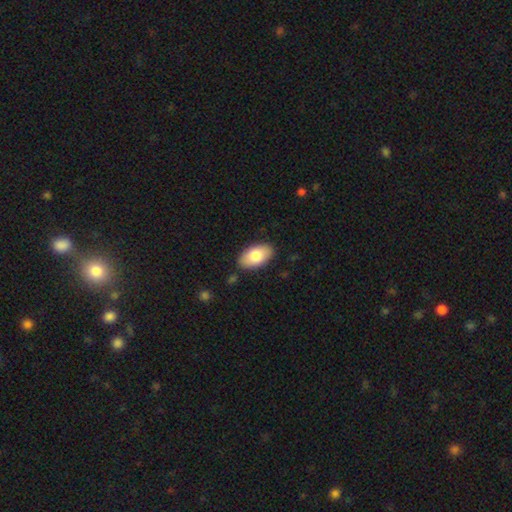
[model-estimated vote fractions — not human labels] The model was most divided on "smooth or featured": smooth: 80%, featured or disk: 14%, star or artifact: 6%. More confident: how rounded — in between (95%); merging — none (86%).